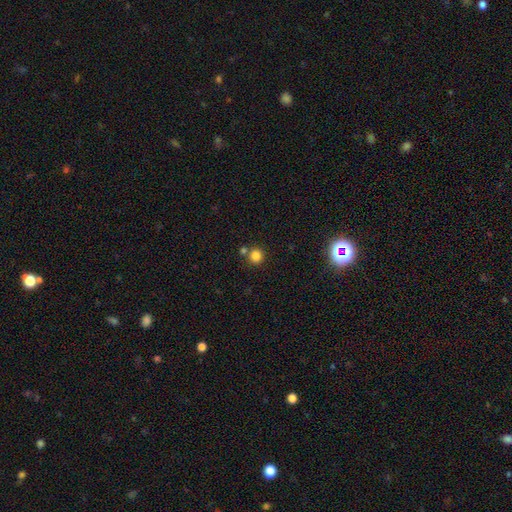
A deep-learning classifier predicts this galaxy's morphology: Q: Smooth or featured?
A: smooth (83%); runner-up: star or artifact (12%)
Q: How rounded?
A: round (92%); runner-up: in between (7%)
Q: Merging?
A: none (72%); runner-up: merger (18%)